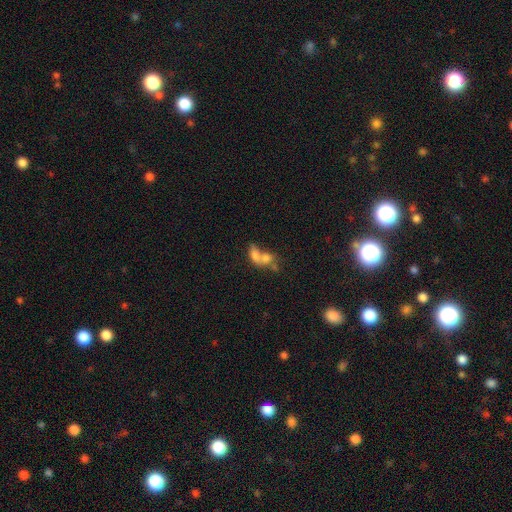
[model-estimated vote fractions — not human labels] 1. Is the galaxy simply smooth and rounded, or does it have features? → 65% smooth, 24% featured or disk, 11% star or artifact.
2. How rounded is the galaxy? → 71% in between, 23% round, 6% cigar-shaped.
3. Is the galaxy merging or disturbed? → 72% merger, 15% none, 7% major disturbance, 6% minor disturbance.